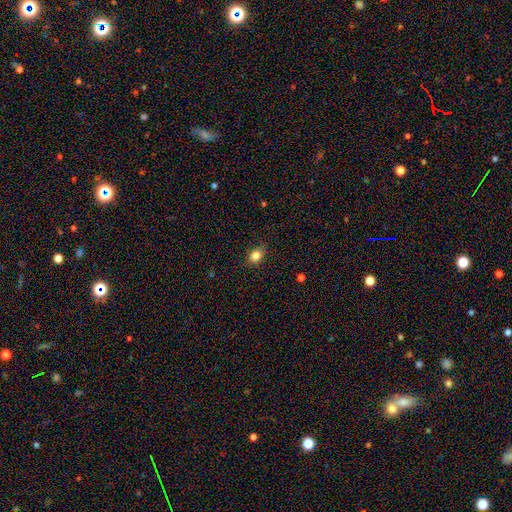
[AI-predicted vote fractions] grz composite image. It shows a smooth galaxy with no disk features (84%) that is in between round and cigar-shaped (57%). Merging: none (85%).